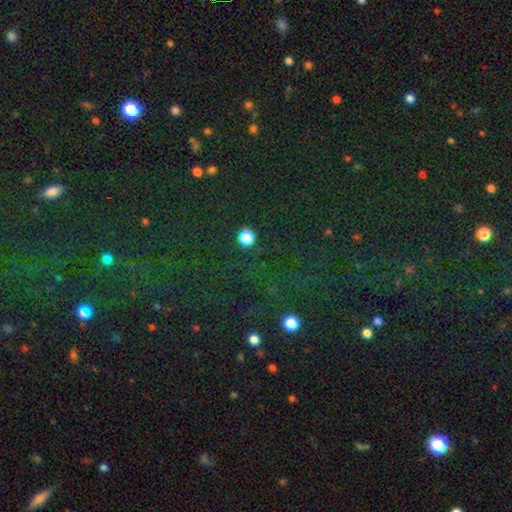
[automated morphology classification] This is likely a star or artifact rather than a galaxy (73%).